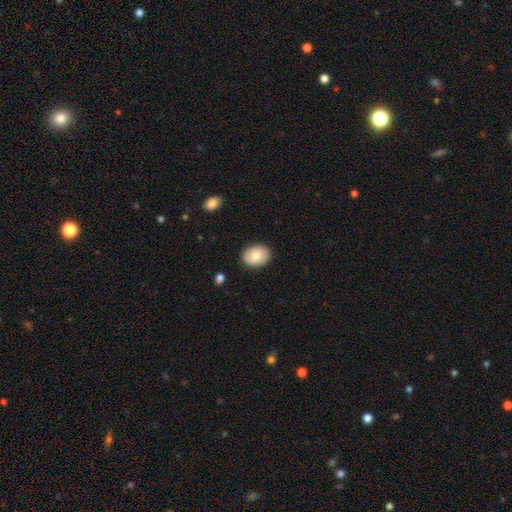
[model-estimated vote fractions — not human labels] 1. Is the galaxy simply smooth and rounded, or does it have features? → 81% smooth, 13% featured or disk, 7% star or artifact.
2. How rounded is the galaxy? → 71% in between, 28% round, 1% cigar-shaped.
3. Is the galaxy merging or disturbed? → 88% none, 8% minor disturbance, 2% major disturbance, 1% merger.